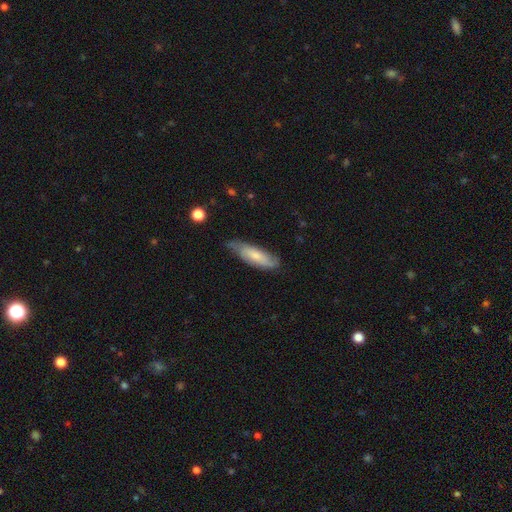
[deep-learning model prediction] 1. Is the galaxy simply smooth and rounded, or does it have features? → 54% smooth, 40% featured or disk, 6% star or artifact.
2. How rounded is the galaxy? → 51% in between, 47% cigar-shaped, 2% round.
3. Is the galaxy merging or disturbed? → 58% none, 32% minor disturbance, 8% major disturbance, 2% merger.